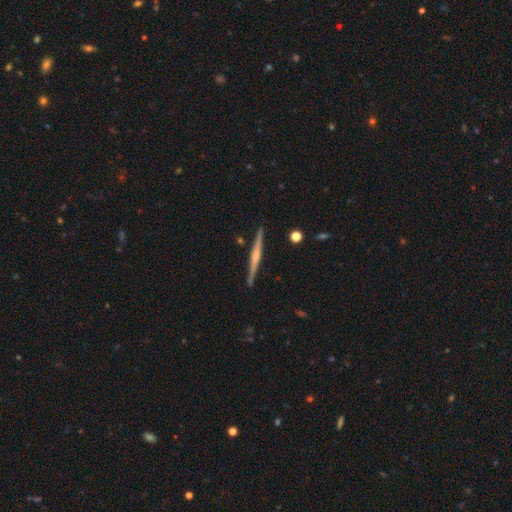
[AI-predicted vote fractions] A featured or disk galaxy (72%) viewed edge-on (98%) with a rounded central bulge (53%). Merging: none (90%).